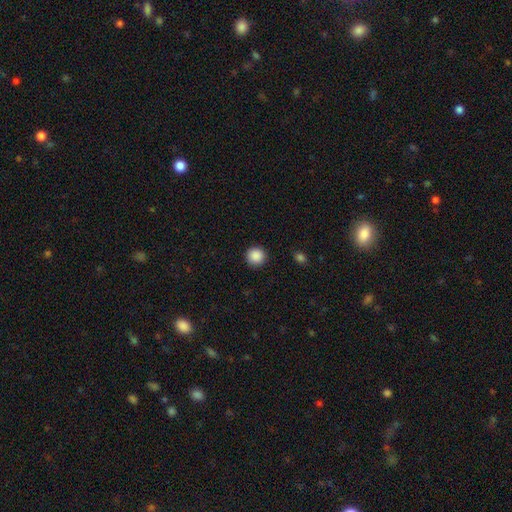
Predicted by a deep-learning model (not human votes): A smooth galaxy with no disk features (88%) that is round (95%). Merging: none (92%).